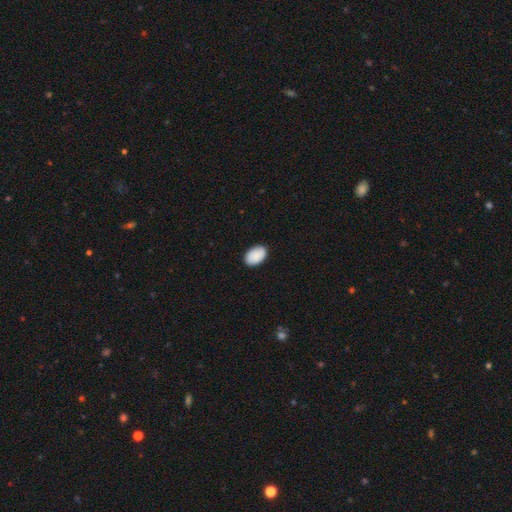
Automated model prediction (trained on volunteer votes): Q: Smooth or featured?
A: smooth (90%); runner-up: star or artifact (6%)
Q: How rounded?
A: in between (91%); runner-up: round (8%)
Q: Merging?
A: none (88%); runner-up: minor disturbance (9%)